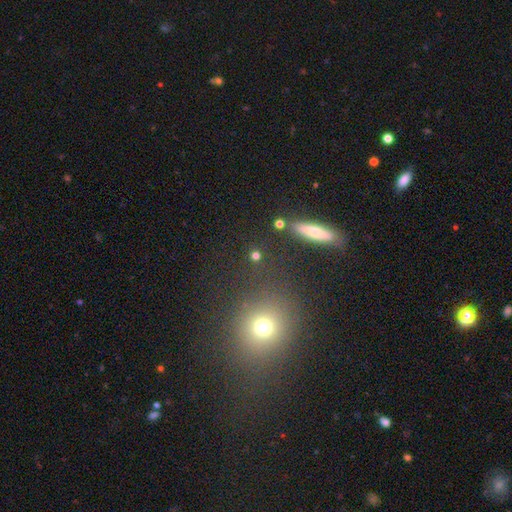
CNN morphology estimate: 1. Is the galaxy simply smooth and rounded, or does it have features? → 72% smooth, 20% star or artifact, 9% featured or disk.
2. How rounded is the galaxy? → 80% round, 15% in between, 5% cigar-shaped.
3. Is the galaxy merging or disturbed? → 82% none, 8% minor disturbance, 6% merger, 4% major disturbance.